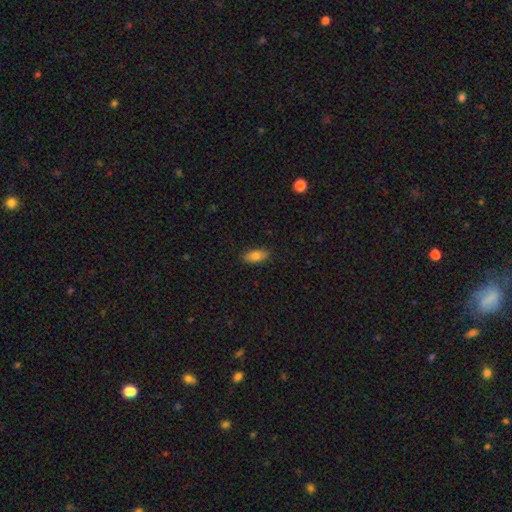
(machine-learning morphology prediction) A smooth galaxy with no disk features (83%) that is in between round and cigar-shaped (85%).

Vote fractions:
- Smooth or featured? smooth: 83% / featured or disk: 10% / star or artifact: 7%
- How rounded? in between: 85% / cigar-shaped: 13% / round: 3%
- Merging? none: 88% / minor disturbance: 9% / major disturbance: 2% / merger: 1%